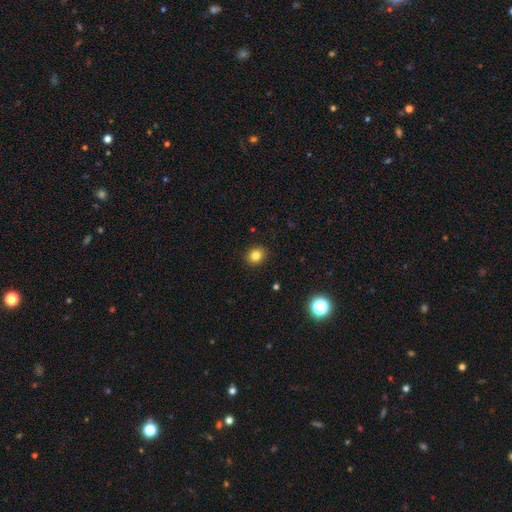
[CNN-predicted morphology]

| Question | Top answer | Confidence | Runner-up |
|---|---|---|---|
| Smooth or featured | smooth | 82% | star or artifact (12%) |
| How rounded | round | 68% | in between (31%) |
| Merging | none | 90% | minor disturbance (7%) |